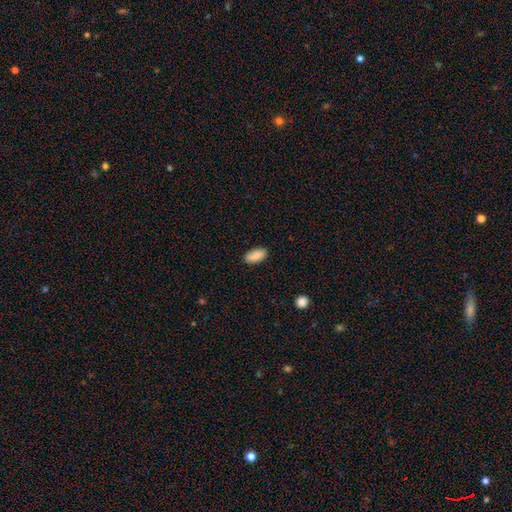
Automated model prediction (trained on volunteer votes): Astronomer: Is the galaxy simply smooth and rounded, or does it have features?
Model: smooth — 87%.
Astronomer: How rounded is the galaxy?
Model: in between — 89%.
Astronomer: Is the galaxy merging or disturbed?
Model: none — 89%.